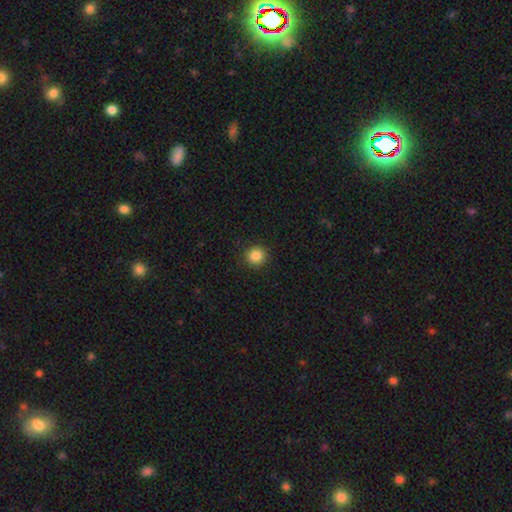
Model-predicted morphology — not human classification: smooth-or-featured: smooth: 86% | star or artifact: 10% | featured or disk: 4%
  how-rounded: round: 93% | in between: 6% | cigar-shaped: 1%
  merging: none: 91% | minor disturbance: 6% | major disturbance: 2% | merger: 1%